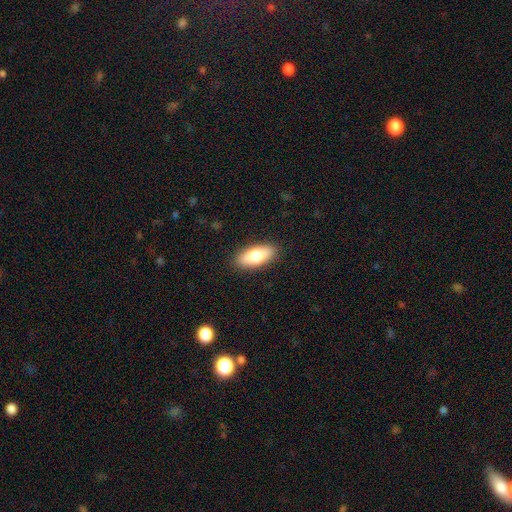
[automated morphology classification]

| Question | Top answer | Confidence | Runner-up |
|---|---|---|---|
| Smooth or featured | smooth | 77% | featured or disk (16%) |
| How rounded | in between | 83% | cigar-shaped (14%) |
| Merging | none | 88% | minor disturbance (9%) |